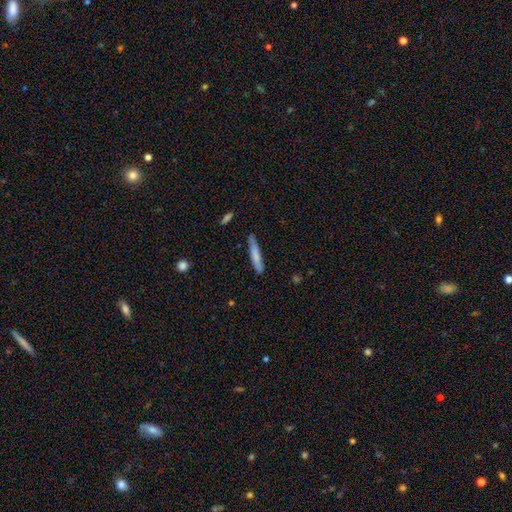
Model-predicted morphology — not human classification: A smooth galaxy with no disk features (74%) that is cigar-shaped (92%). Merging: none (82%).